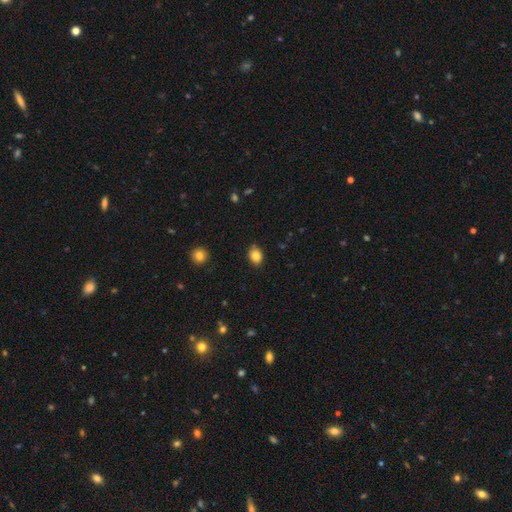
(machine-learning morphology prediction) This appears to be a smooth galaxy with no disk features (85%) that is in between round and cigar-shaped (70%). Merging: none (85%).